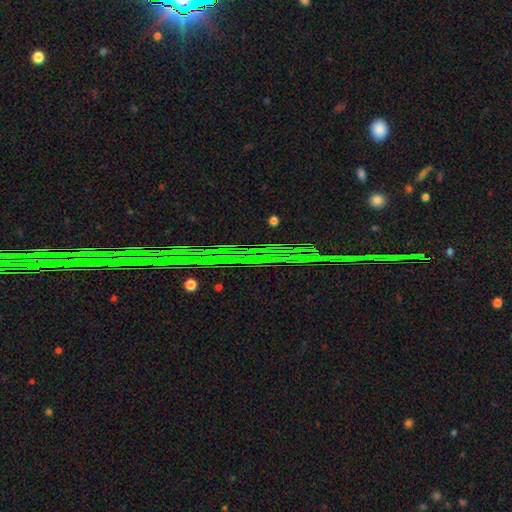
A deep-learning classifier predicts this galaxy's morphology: star or artifact 86%, featured or disk 8%, smooth 6%.